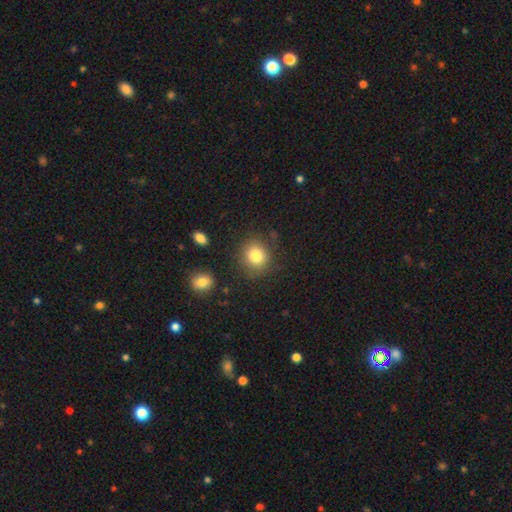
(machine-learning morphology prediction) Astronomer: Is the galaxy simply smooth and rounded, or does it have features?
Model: smooth — 83%.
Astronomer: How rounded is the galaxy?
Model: round — 79%.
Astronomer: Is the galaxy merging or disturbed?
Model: none — 81%.